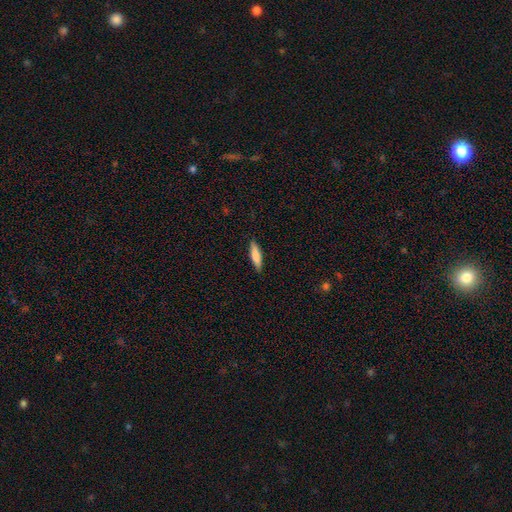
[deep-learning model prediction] A smooth galaxy with no disk features (77%) that is cigar-shaped (72%). Merging: none (88%).